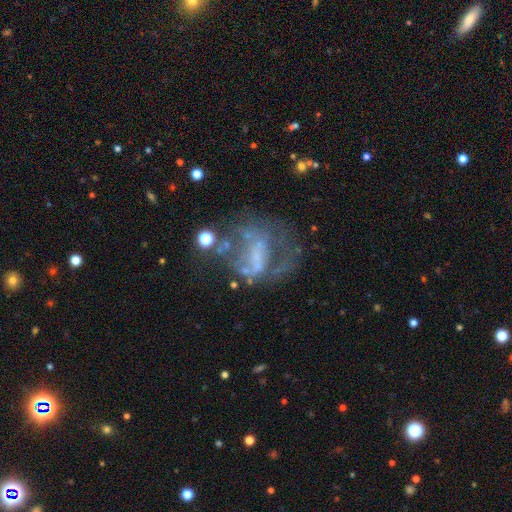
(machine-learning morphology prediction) smooth-or-featured: featured or disk: 60% | smooth: 20% | star or artifact: 20%
  disk-edge-on: no: 96% | yes: 4%
    bar: no: 58% | weak: 24% | strong: 18%
    has-spiral-arms: no: 74% | yes: 26%
    bulge-size: none: 64% | small: 19% | moderate: 12% | large: 3% | dominant: 1%
  merging: major disturbance: 38% | none: 35% | minor disturbance: 18% | merger: 10%